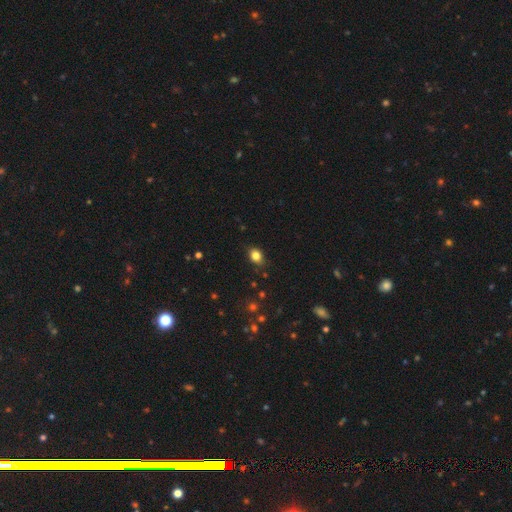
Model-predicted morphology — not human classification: Smooth or featured?
  - smooth: 83% *
  - star or artifact: 11%
  - featured or disk: 6%
How rounded?
  - in between: 67% *
  - round: 32%
  - cigar-shaped: 1%
Merging?
  - none: 82% *
  - minor disturbance: 14%
  - major disturbance: 3%
  - merger: 1%